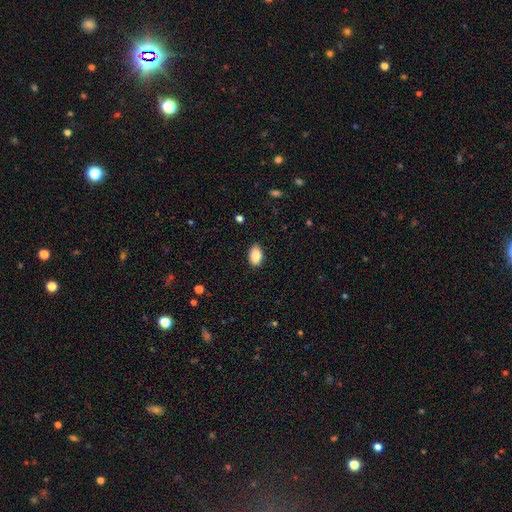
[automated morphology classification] This is clearly a smooth galaxy (89%). How rounded: clearly in between (92%). Merging: clearly none (86%).